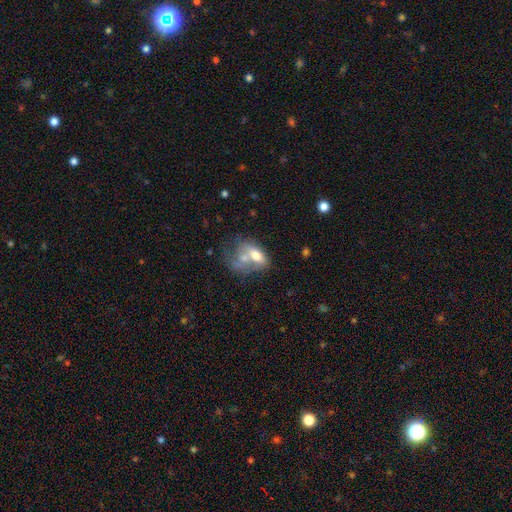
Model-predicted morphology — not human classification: smooth 63%, featured or disk 30%, star or artifact 8%. Down the decision tree: how rounded — in between (85%); merging — merger (57%).